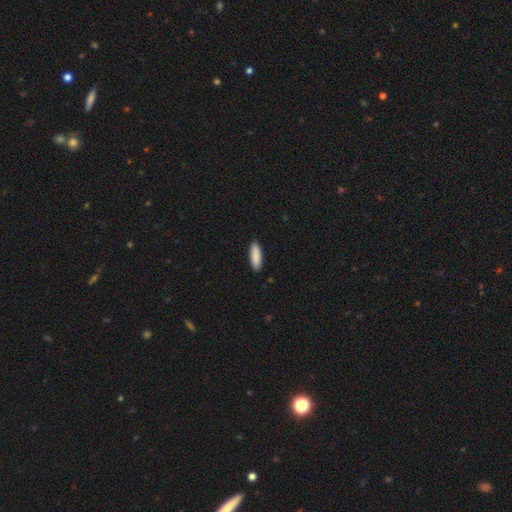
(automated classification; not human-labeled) Morphology: type=smooth (89%); roundness=in between (55%); merging=none (91%).